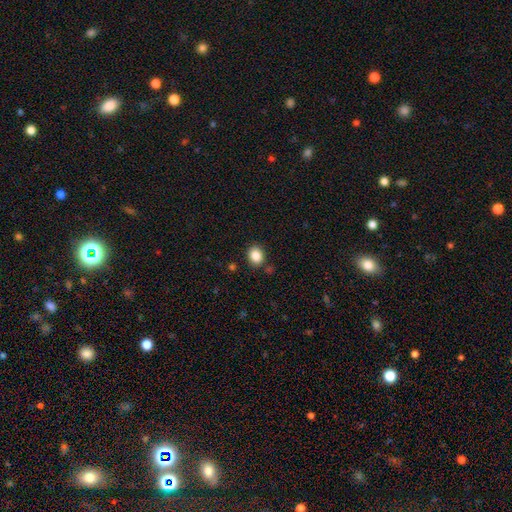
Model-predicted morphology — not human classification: A smooth galaxy with no disk features (86%) that is round (60%).

Vote fractions:
- Smooth or featured? smooth: 86% / star or artifact: 9% / featured or disk: 4%
- How rounded? round: 60% / in between: 40% / cigar-shaped: 1%
- Merging? none: 85% / minor disturbance: 9% / merger: 4% / major disturbance: 3%